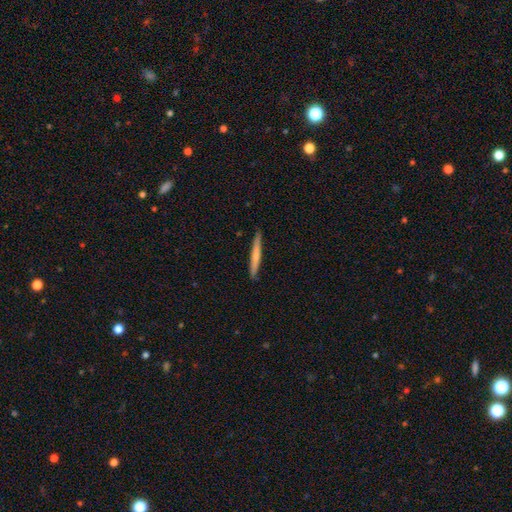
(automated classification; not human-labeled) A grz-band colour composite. It shows a smooth galaxy with no disk features (60%) that is cigar-shaped (96%). Merging: none (90%).